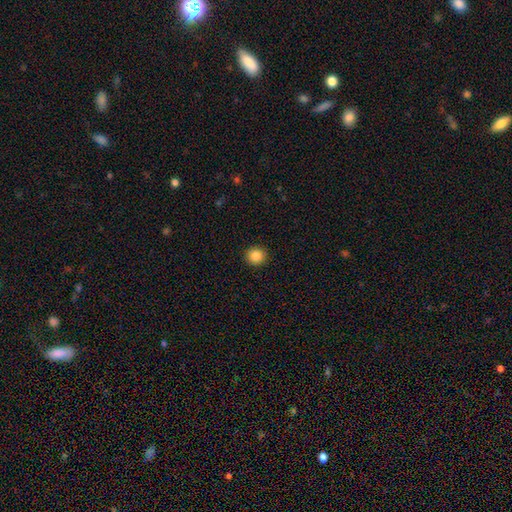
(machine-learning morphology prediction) Q: Smooth or featured?
A: smooth (85%); runner-up: star or artifact (10%)
Q: How rounded?
A: round (91%); runner-up: in between (8%)
Q: Merging?
A: none (92%); runner-up: minor disturbance (5%)